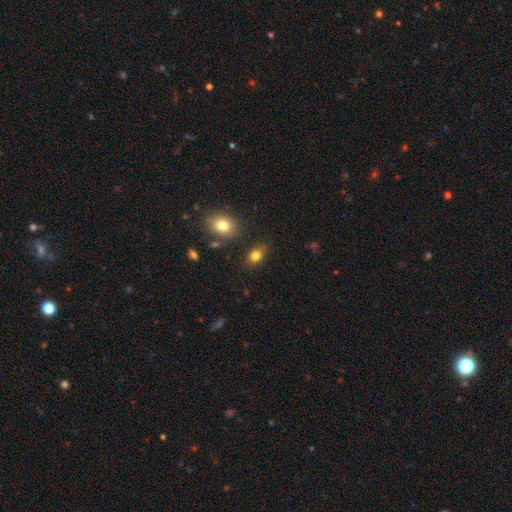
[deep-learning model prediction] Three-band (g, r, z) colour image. It shows a smooth galaxy with no disk features (82%) that is in between round and cigar-shaped (70%). Merging: none (76%).